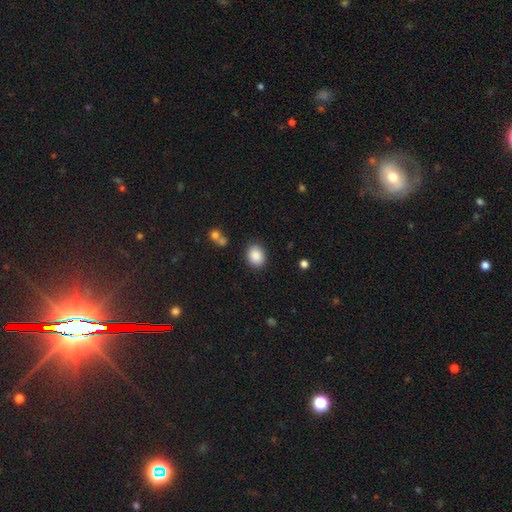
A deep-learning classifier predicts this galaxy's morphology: smooth_or_featured: smooth (p=0.88) [alt: star or artifact p=0.08]
how_rounded: in between (p=0.51) [alt: round p=0.48]
merging: none (p=0.85) [alt: minor disturbance p=0.10]